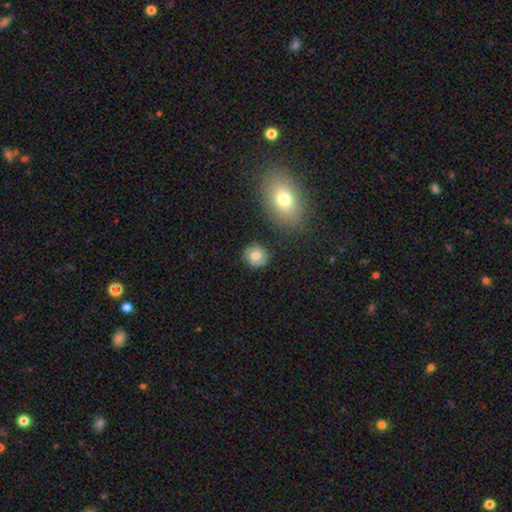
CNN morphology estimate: Smooth or featured: smooth — 62% (featured or disk — 29%)
How rounded: round — 83% (in between — 16%)
Merging: none — 79% (minor disturbance — 14%)